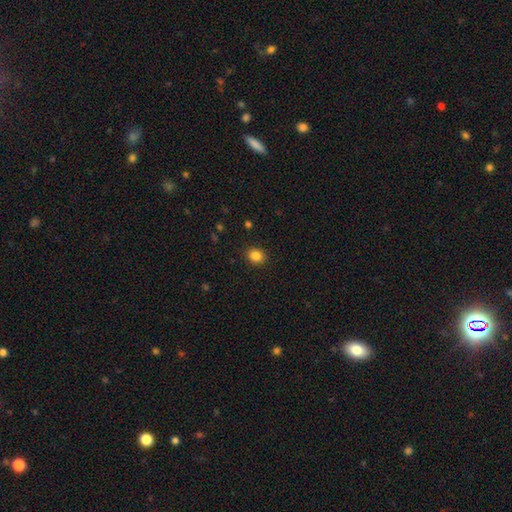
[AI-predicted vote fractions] Overall: smooth (85%). How rounded: round (55%; in between 45%). Merging: none (89%).